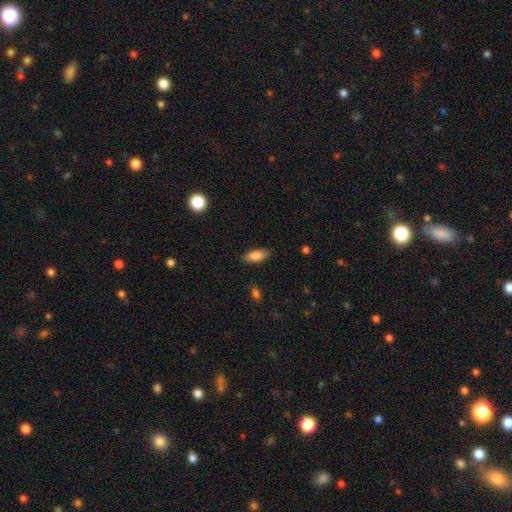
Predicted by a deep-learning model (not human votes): smooth-or-featured: smooth: 84% | featured or disk: 9% | star or artifact: 7%
  how-rounded: in between: 82% | cigar-shaped: 15% | round: 3%
  merging: none: 85% | minor disturbance: 11% | major disturbance: 2% | merger: 1%